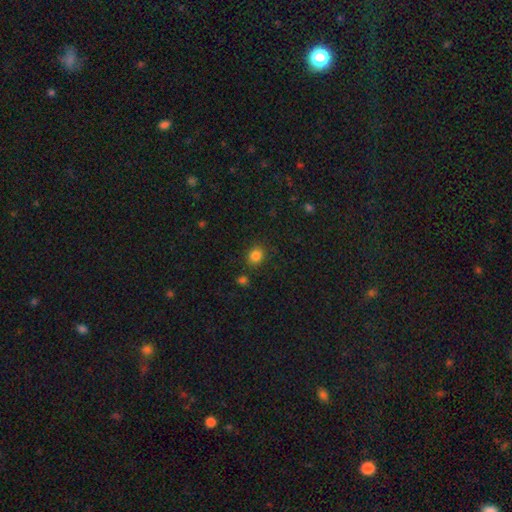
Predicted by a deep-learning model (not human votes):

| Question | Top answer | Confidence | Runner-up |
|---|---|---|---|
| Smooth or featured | smooth | 83% | star or artifact (12%) |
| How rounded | round | 65% | in between (34%) |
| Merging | none | 82% | minor disturbance (10%) |